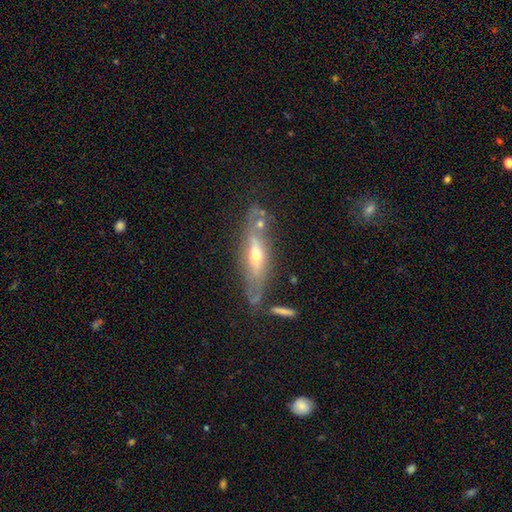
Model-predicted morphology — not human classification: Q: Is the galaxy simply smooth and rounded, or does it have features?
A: featured or disk — 66%.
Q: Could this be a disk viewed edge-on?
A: yes — 69%.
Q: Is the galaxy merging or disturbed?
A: none — 62%.